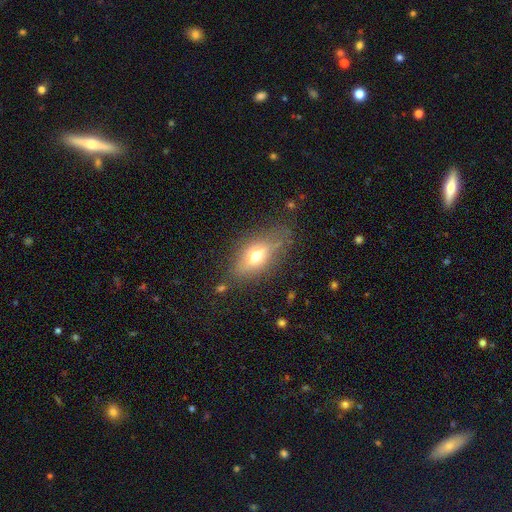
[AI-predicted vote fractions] smooth_or_featured: smooth (p=0.52) [alt: featured or disk p=0.38]
how_rounded: in between (p=0.76) [alt: cigar-shaped p=0.14]
merging: none (p=0.70) [alt: minor disturbance p=0.19]